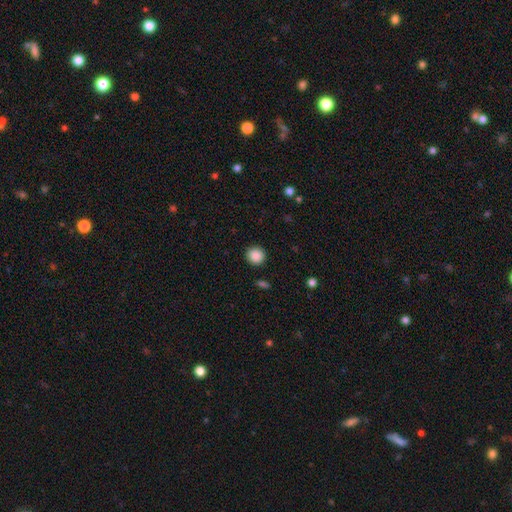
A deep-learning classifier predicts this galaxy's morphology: A smooth galaxy with no disk features (88%) that is round (93%).

Vote fractions:
- Smooth or featured? smooth: 88% / star or artifact: 9% / featured or disk: 3%
- How rounded? round: 93% / in between: 6% / cigar-shaped: 1%
- Merging? none: 91% / minor disturbance: 5% / major disturbance: 2% / merger: 1%